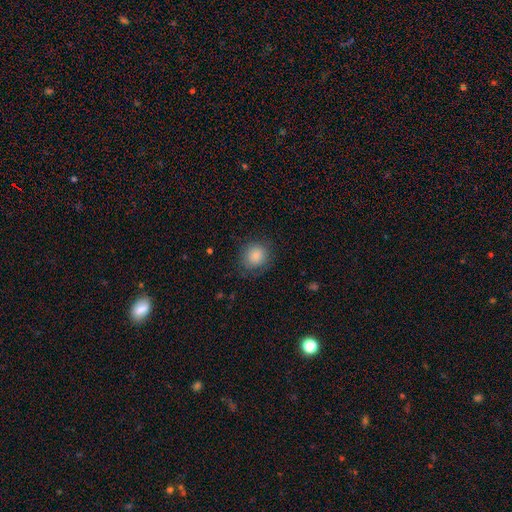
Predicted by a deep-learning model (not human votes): smooth_or_featured: smooth (p=0.85) [alt: star or artifact p=0.09]
how_rounded: round (p=0.85) [alt: in between p=0.14]
merging: none (p=0.77) [alt: minor disturbance p=0.15]